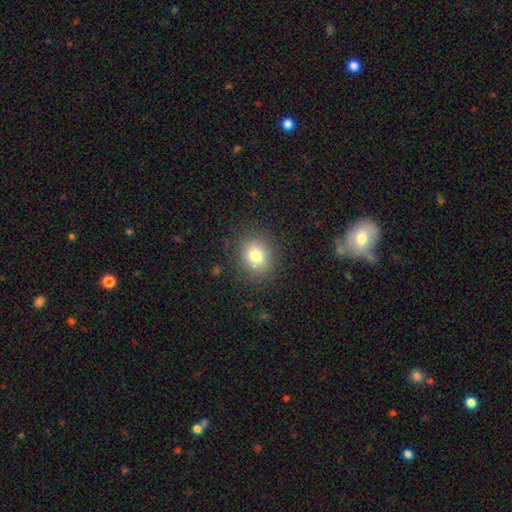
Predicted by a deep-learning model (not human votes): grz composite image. It shows a smooth galaxy with no disk features (79%) that is round (69%). Merging: none (86%).